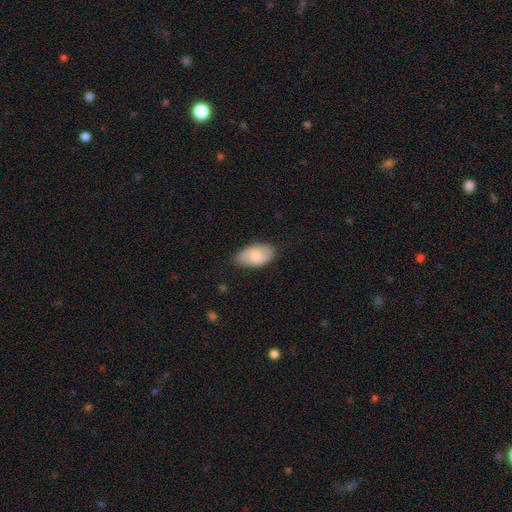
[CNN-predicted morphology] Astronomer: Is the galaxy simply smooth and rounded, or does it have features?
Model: smooth — 74%.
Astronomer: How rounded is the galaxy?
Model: in between — 94%.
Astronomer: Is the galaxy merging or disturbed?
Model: none — 78%.